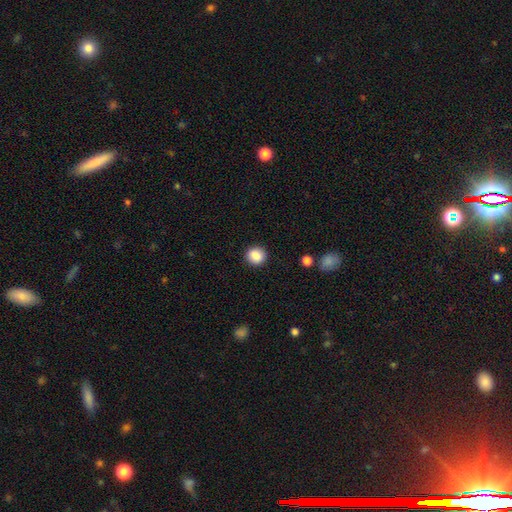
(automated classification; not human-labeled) Smooth or featured?
  - smooth: 88% *
  - star or artifact: 9%
  - featured or disk: 4%
How rounded?
  - round: 85% *
  - in between: 15%
  - cigar-shaped: 1%
Merging?
  - none: 91% *
  - minor disturbance: 6%
  - major disturbance: 2%
  - merger: 1%